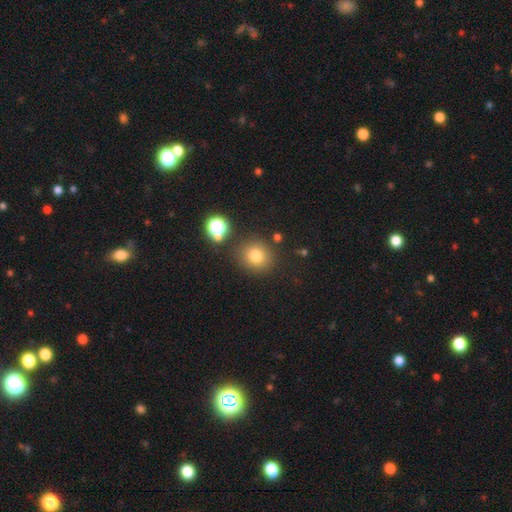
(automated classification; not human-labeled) The model was most divided on "smooth or featured": smooth: 78%, star or artifact: 15%, featured or disk: 8%. More confident: how rounded — round (85%); merging — none (82%).